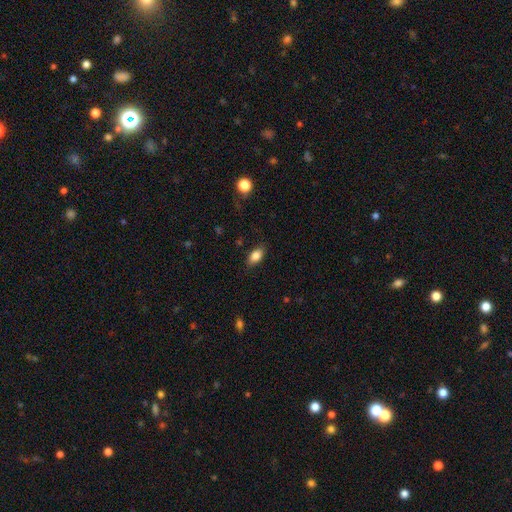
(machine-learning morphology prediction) A smooth galaxy with no disk features (84%) that is in between round and cigar-shaped (89%).

Vote fractions:
- Smooth or featured? smooth: 84% / star or artifact: 8% / featured or disk: 8%
- How rounded? in between: 89% / round: 7% / cigar-shaped: 5%
- Merging? none: 83% / minor disturbance: 13% / major disturbance: 3% / merger: 1%